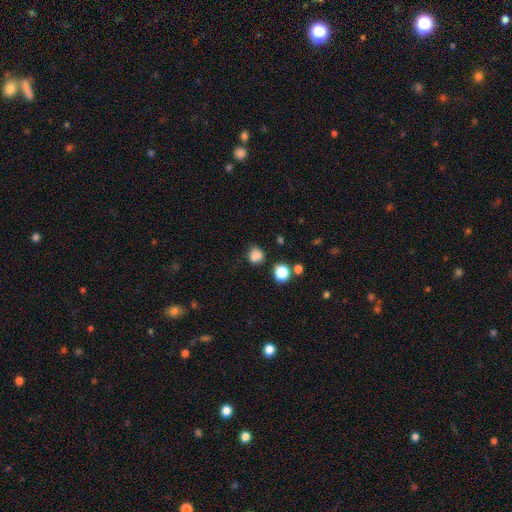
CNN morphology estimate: This appears to be a smooth galaxy with no disk features (79%) that is round (77%). Merging: none (63%).